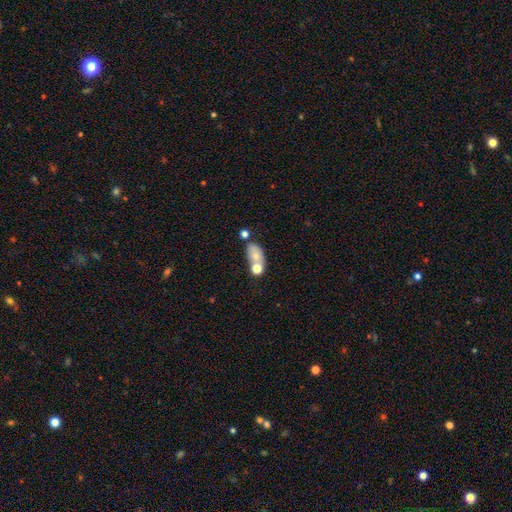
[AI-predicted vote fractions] Smooth or featured? Predicted: smooth (p=0.64). How rounded? Predicted: in between (p=0.79). Merging? Predicted: none (p=0.43).